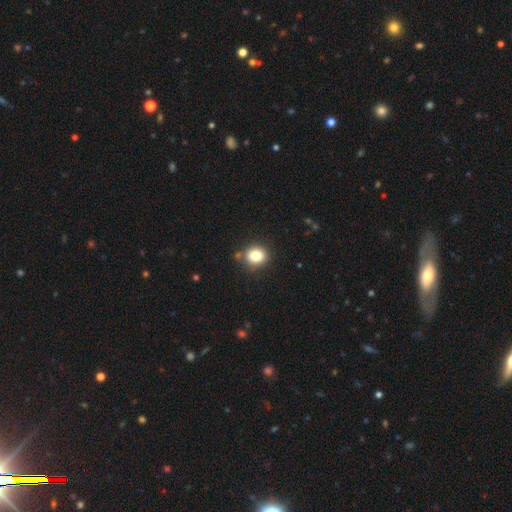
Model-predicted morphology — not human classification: The model was most divided on "how rounded": round: 68%, in between: 31%, cigar-shaped: 1%. More confident: smooth or featured — smooth (84%); merging — none (80%).